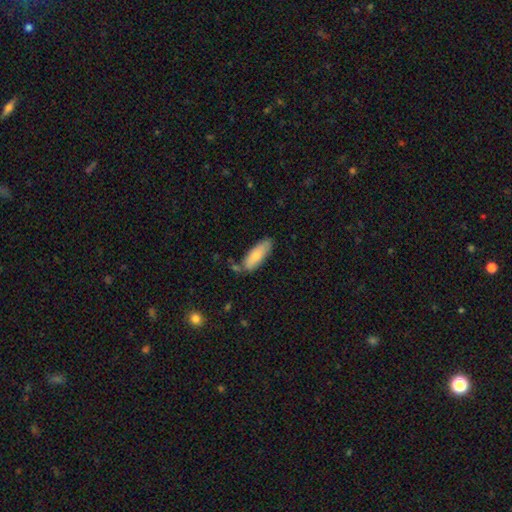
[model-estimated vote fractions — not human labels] This appears to be a smooth galaxy with no disk features (78%) that is in between round and cigar-shaped (62%). Merging: none (71%).